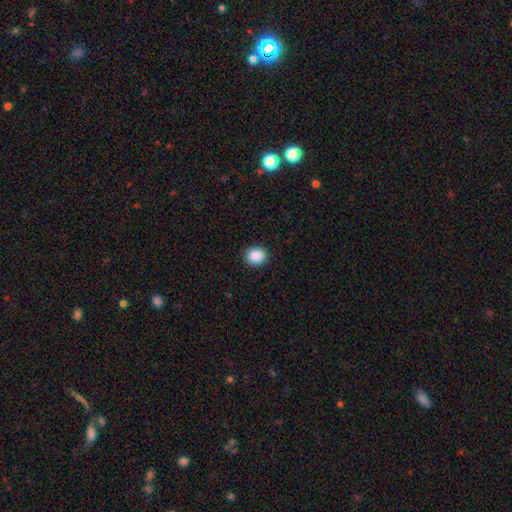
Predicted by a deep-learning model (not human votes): smooth-or-featured: smooth: 88% | star or artifact: 9% | featured or disk: 3%
  how-rounded: round: 82% | in between: 17% | cigar-shaped: 1%
  merging: none: 91% | minor disturbance: 6% | major disturbance: 2% | merger: 1%